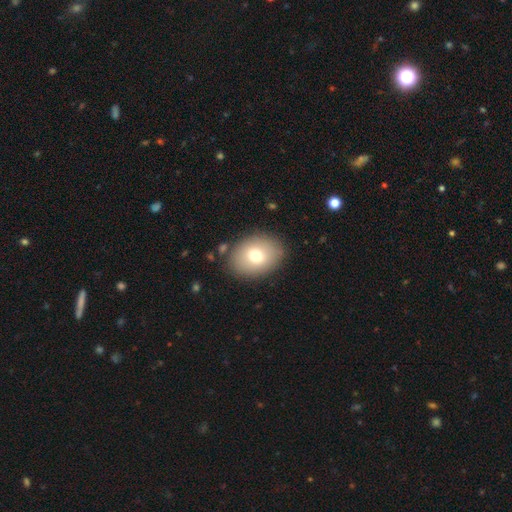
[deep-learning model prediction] Q: Smooth or featured?
A: smooth (74%); runner-up: featured or disk (16%)
Q: How rounded?
A: in between (60%); runner-up: round (39%)
Q: Merging?
A: none (86%); runner-up: minor disturbance (9%)